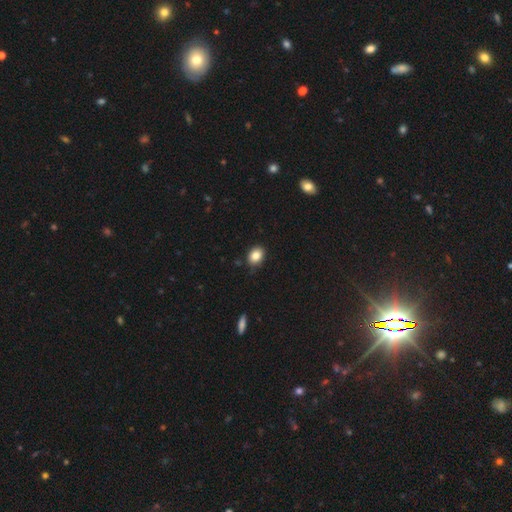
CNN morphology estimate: Smooth or featured? Predicted: smooth (p=0.85). How rounded? Predicted: in between (p=0.59). Merging? Predicted: none (p=0.83).